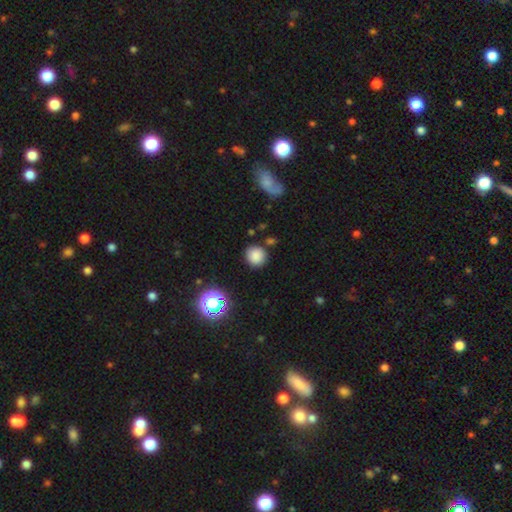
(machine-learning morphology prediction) Smooth or featured? Predicted: smooth (p=0.81). How rounded? Predicted: round (p=0.90). Merging? Predicted: none (p=0.84).